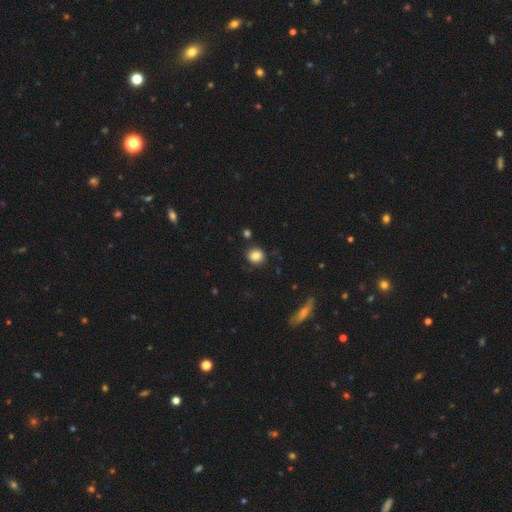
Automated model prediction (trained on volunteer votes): Morphology: type=smooth (84%); roundness=round (83%); merging=none (84%).